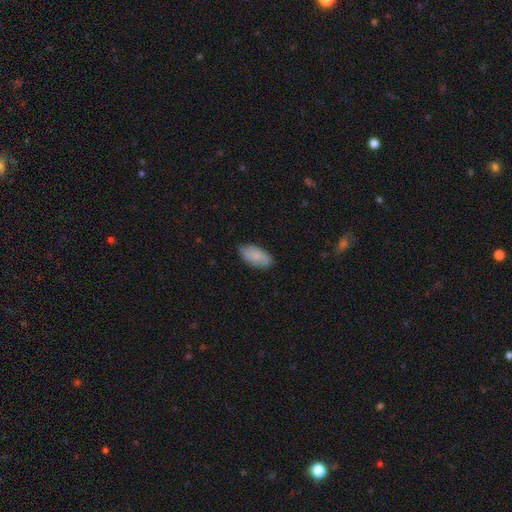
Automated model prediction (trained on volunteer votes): Q: Smooth or featured?
A: smooth (74%); runner-up: featured or disk (20%)
Q: How rounded?
A: in between (92%); runner-up: cigar-shaped (5%)
Q: Merging?
A: none (77%); runner-up: minor disturbance (18%)